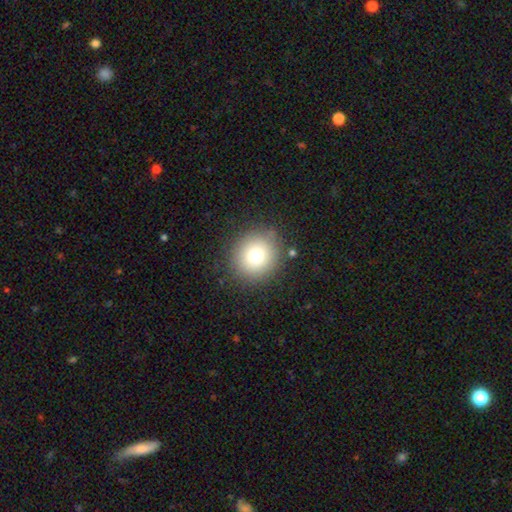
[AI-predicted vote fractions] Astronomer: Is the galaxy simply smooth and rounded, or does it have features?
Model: smooth — 78%.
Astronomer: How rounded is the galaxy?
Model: round — 89%.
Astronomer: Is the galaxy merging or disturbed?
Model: none — 86%.